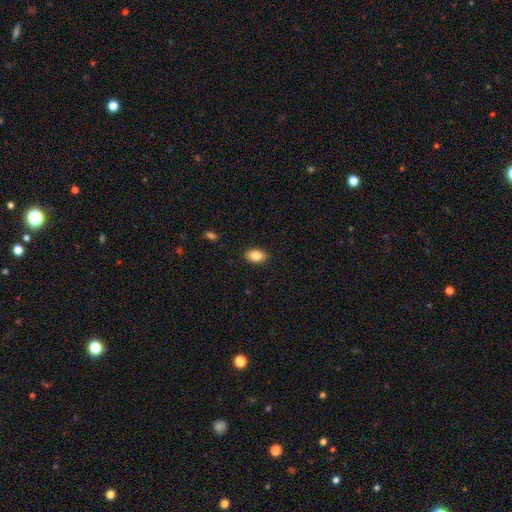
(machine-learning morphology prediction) The model was most divided on "smooth or featured": smooth: 83%, featured or disk: 9%, star or artifact: 8%. More confident: how rounded — in between (89%); merging — none (89%).